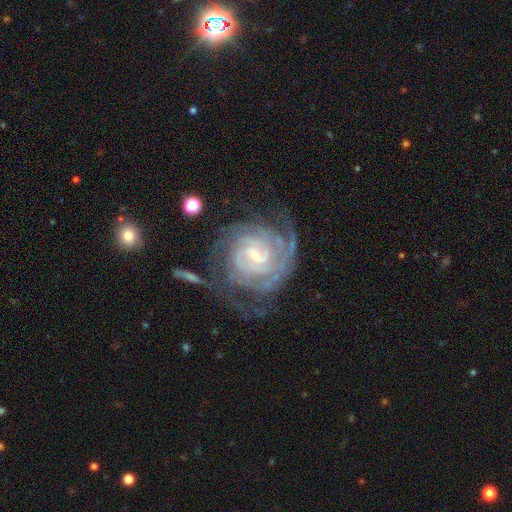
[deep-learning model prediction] smooth_or_featured: featured or disk (p=0.90) [alt: star or artifact p=0.05]
disk_edge_on: no (p=0.97) [alt: yes p=0.03]
bar: weak (p=0.43) [tied with: no p=0.43]
has_spiral_arms: yes (p=0.98) [alt: no p=0.02]
spiral_winding: tight (p=0.78) [alt: medium p=0.18]
spiral_arm_count: can't tell (p=0.28) [alt: 4 p=0.21]
bulge_size: small (p=0.75) [alt: moderate p=0.20]
merging: none (p=0.61) [alt: minor disturbance p=0.20]